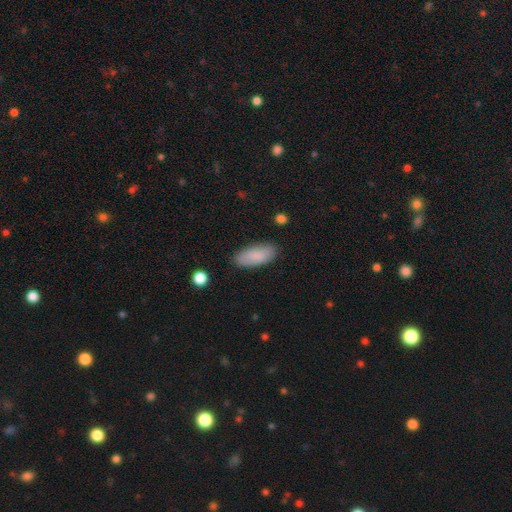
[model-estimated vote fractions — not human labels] Smooth or featured: smooth — 86% (featured or disk — 8%)
How rounded: in between — 84% (cigar-shaped — 14%)
Merging: none — 85% (minor disturbance — 11%)